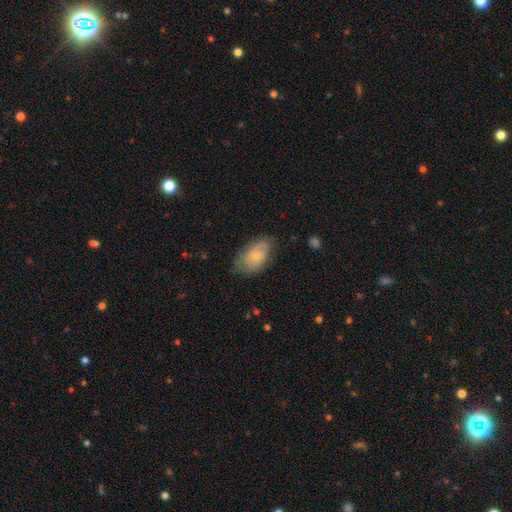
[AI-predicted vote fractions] Morphology: type=smooth (58%); roundness=in between (91%); merging=none (65%).